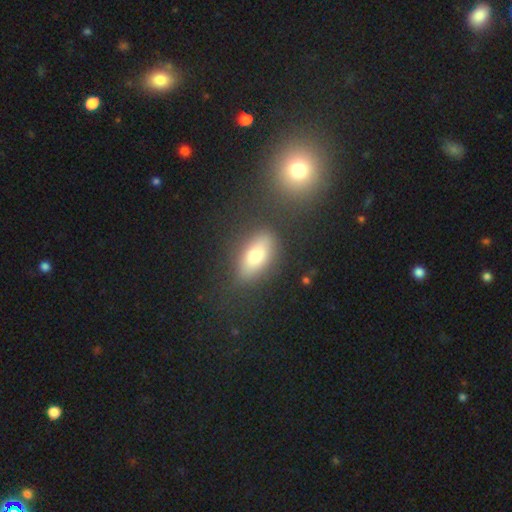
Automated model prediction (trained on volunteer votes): Overall: smooth (72%). How rounded: in between (81%). Merging: none (73%).